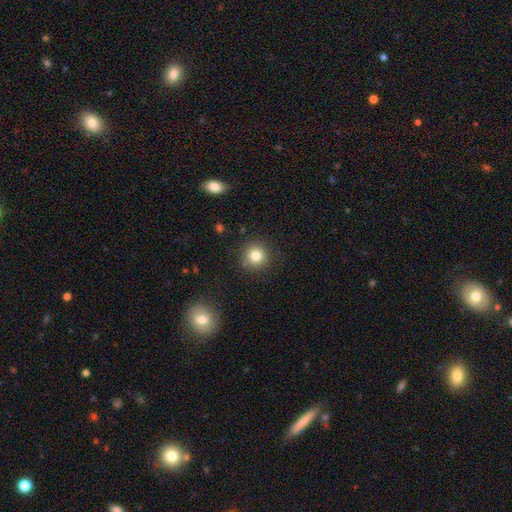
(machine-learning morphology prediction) This is clearly a smooth galaxy (81%). How rounded: clearly round (94%). Merging: clearly none (88%).